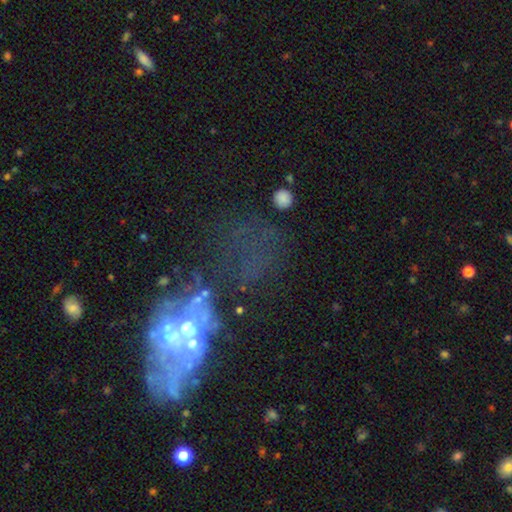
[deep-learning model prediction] Smooth or featured: featured or disk — 51% (star or artifact — 29%)
Edge-on disk: no — 90% (yes — 10%)
Merging: major disturbance — 35% (none — 29%)